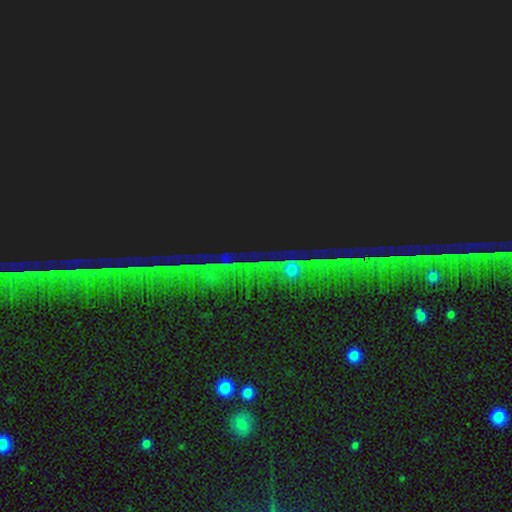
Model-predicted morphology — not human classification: Q: Smooth or featured?
A: star or artifact (77%); runner-up: featured or disk (12%)